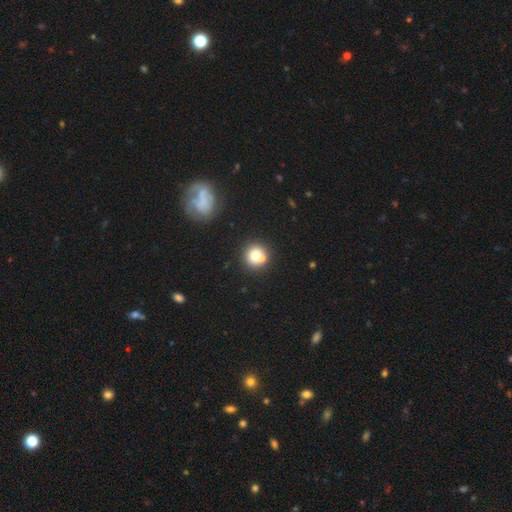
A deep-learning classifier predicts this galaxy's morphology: smooth 74%, featured or disk 15%, star or artifact 11%. Down the decision tree: how rounded — round (90%); merging — none (61%).